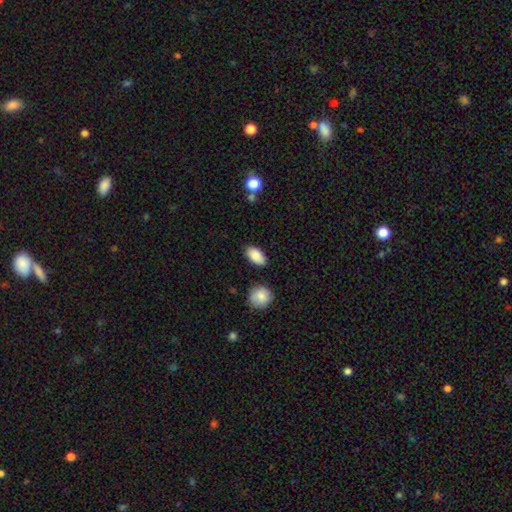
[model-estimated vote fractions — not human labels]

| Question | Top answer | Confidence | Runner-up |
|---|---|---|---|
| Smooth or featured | smooth | 88% | star or artifact (7%) |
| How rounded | in between | 92% | round (6%) |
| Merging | none | 83% | minor disturbance (11%) |